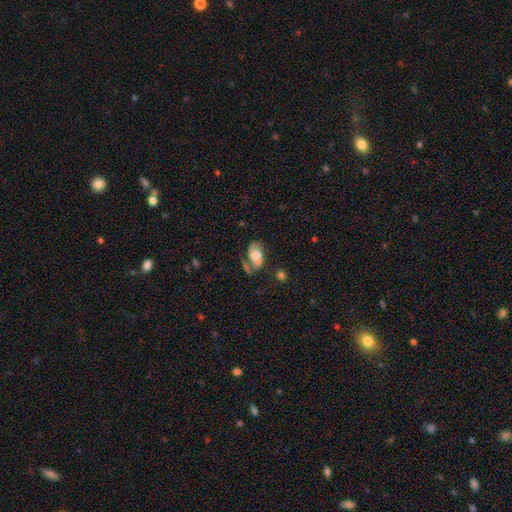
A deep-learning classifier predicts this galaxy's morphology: type=featured or disk (60%); edge-on=no (96%); bar=no (55%); spiral arms=yes (87%); bulge=large (30%); merging=none (45%).